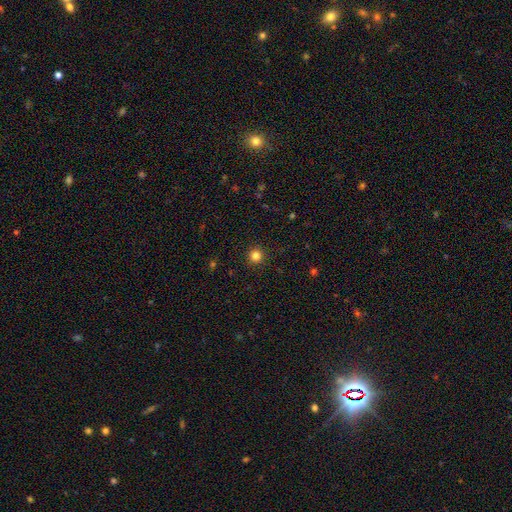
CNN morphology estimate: Overall: smooth (83%). How rounded: round (95%). Merging: none (93%).